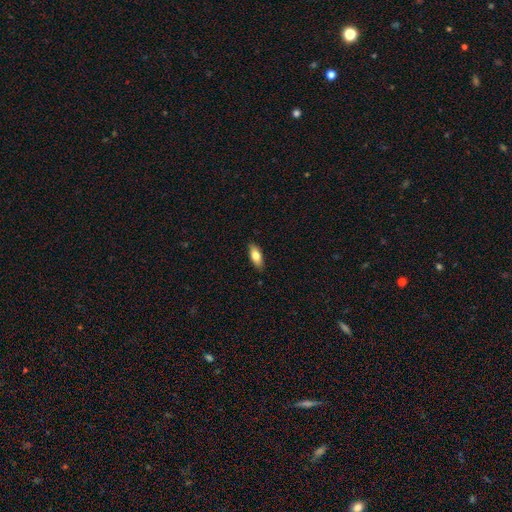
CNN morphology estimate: Q: Smooth or featured?
A: smooth (77%); runner-up: featured or disk (17%)
Q: How rounded?
A: in between (80%); runner-up: cigar-shaped (17%)
Q: Merging?
A: none (87%); runner-up: minor disturbance (10%)